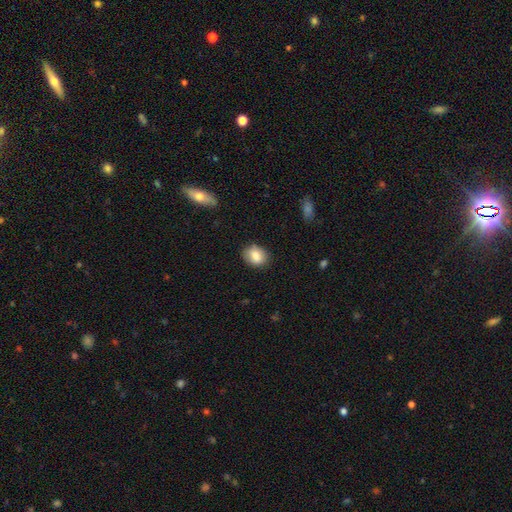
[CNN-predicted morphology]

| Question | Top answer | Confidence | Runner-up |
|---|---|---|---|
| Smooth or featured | smooth | 83% | featured or disk (9%) |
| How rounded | in between | 58% | round (41%) |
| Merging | none | 84% | minor disturbance (12%) |